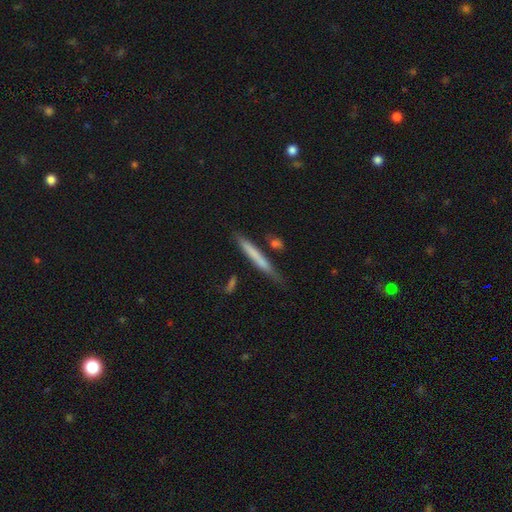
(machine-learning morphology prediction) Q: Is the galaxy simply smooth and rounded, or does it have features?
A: smooth — 62%.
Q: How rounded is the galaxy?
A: cigar-shaped — 95%.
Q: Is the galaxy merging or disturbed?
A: none — 75%.